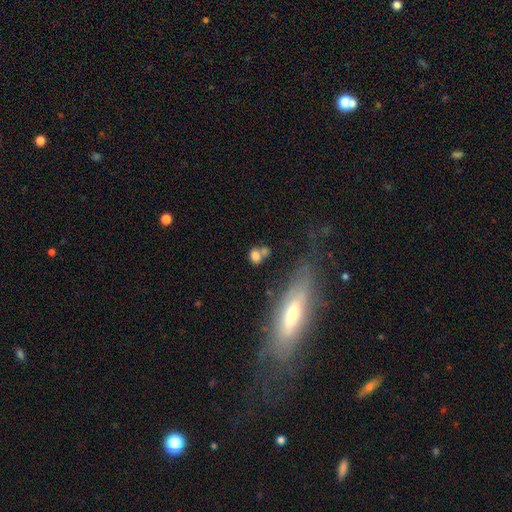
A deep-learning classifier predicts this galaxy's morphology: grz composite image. It shows a smooth galaxy with no disk features (74%) that is round (56%). Merging: none (46%).